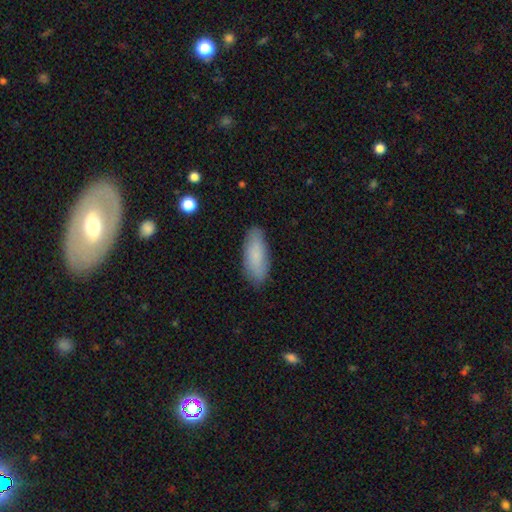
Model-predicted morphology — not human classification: The model was most divided on "how rounded": in between: 71%, cigar-shaped: 27%, round: 2%. More confident: merging — none (84%); smooth or featured — smooth (84%).